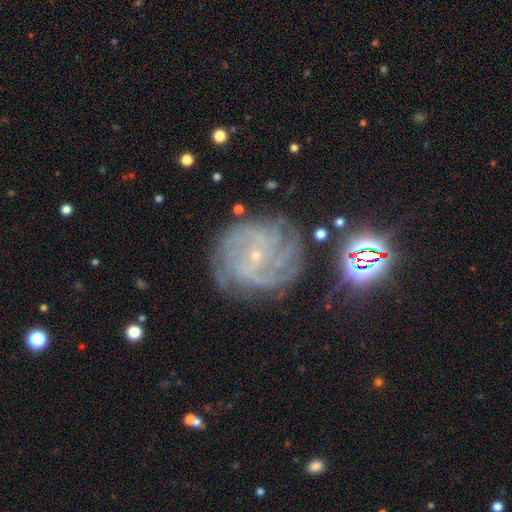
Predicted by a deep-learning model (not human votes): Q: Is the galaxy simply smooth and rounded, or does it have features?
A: featured or disk — 82%.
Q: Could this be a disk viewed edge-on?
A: no — 97%.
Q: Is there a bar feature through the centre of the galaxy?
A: no — 62%.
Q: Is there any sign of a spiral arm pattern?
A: yes — 95%.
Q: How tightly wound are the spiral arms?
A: tight — 63%.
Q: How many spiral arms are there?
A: can't tell — 28%.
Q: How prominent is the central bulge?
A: small — 88%.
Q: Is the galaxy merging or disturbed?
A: none — 71%.